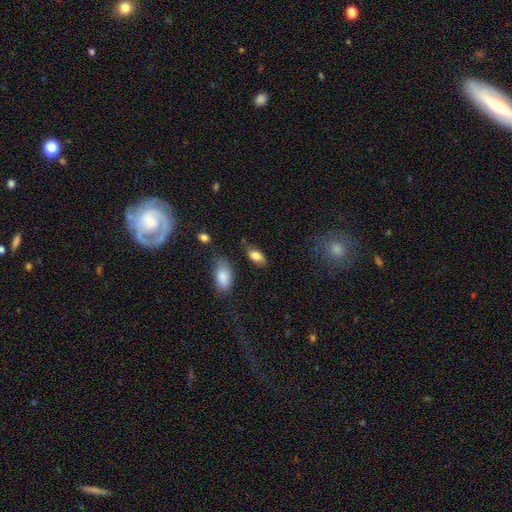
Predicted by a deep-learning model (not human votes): Smooth or featured?
  - smooth: 82% *
  - featured or disk: 10%
  - star or artifact: 8%
How rounded?
  - in between: 90% *
  - cigar-shaped: 5%
  - round: 4%
Merging?
  - none: 74% *
  - minor disturbance: 17%
  - major disturbance: 4%
  - merger: 4%